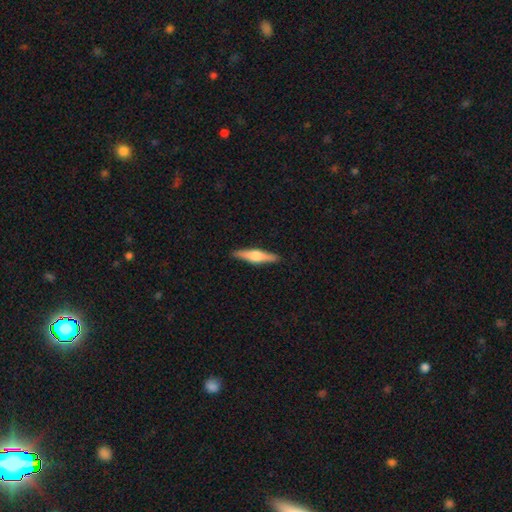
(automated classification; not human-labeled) Overall: featured or disk (56%; smooth 39%). Edge-on disk: yes (97%). Edge-on bulge: rounded (83%). Merging: none (91%).